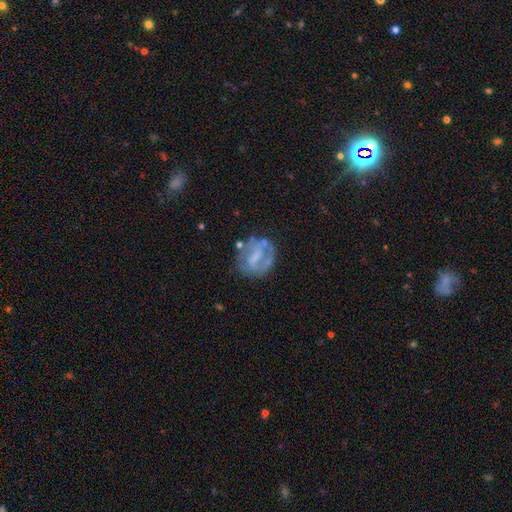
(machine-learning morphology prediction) Smooth or featured?
  - featured or disk: 64% *
  - smooth: 27%
  - star or artifact: 9%
Edge-on disk?
  - no: 97% *
  - yes: 3%
Bar?
  - weak: 40% *
  - no: 34%
  - strong: 26%
Spiral arms?
  - no: 57% *
  - yes: 43%
Bulge size?
  - none: 39% *
  - small: 28%
  - moderate: 27%
  - large: 5%
  - dominant: 1%
Merging?
  - none: 57% *
  - minor disturbance: 22%
  - major disturbance: 16%
  - merger: 6%